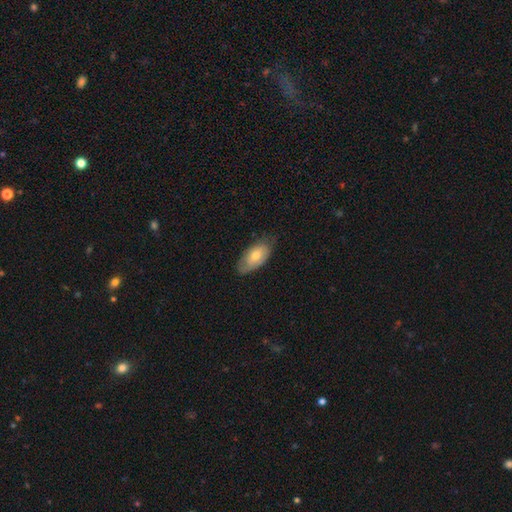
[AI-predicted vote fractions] A smooth galaxy with no disk features (66%) that is in between round and cigar-shaped (92%).

Vote fractions:
- Smooth or featured? smooth: 66% / featured or disk: 29% / star or artifact: 6%
- How rounded? in between: 92% / cigar-shaped: 5% / round: 3%
- Merging? none: 65% / minor disturbance: 28% / major disturbance: 5% / merger: 1%